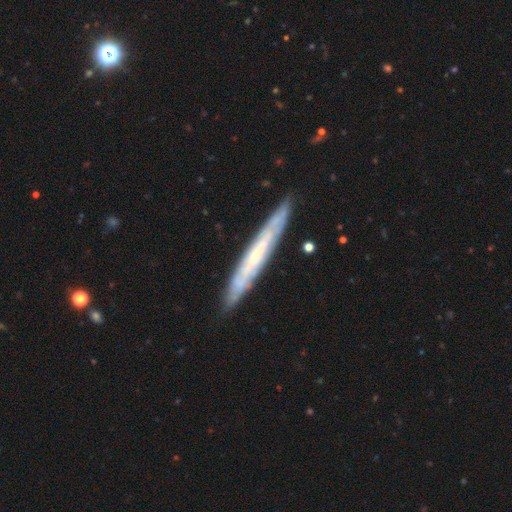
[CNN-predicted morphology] featured or disk 68%, smooth 27%, star or artifact 6%. Down the decision tree: edge-on disk — yes (77%); edge-on bulge — none (66%); merging — none (86%).